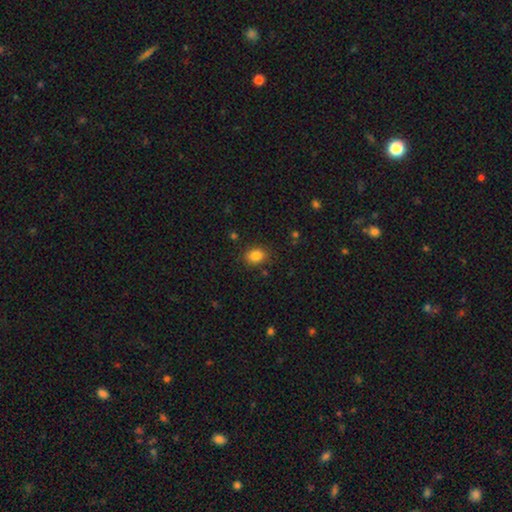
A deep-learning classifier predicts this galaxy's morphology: smooth_or_featured: smooth (p=0.84) [alt: star or artifact p=0.10]
how_rounded: in between (p=0.54) [alt: round p=0.45]
merging: none (p=0.85) [alt: minor disturbance p=0.11]